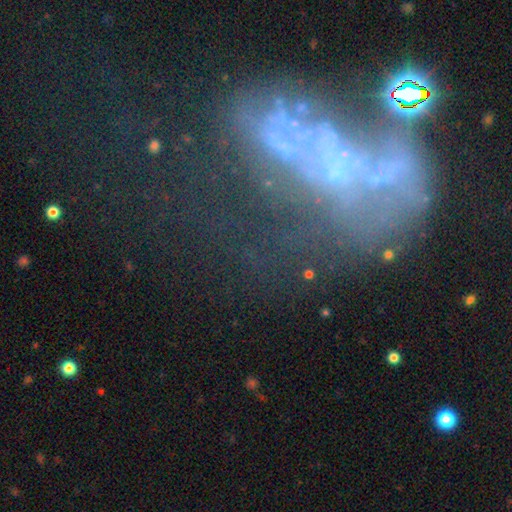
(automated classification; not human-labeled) This is possibly a featured or disk galaxy (59%). It is clearly not viewed edge-on (94%). Bar: clearly no (87%). Spiral arm pattern: clearly no (86%). Central bulge: likely none (76%). Merging: marginally major disturbance (42%).